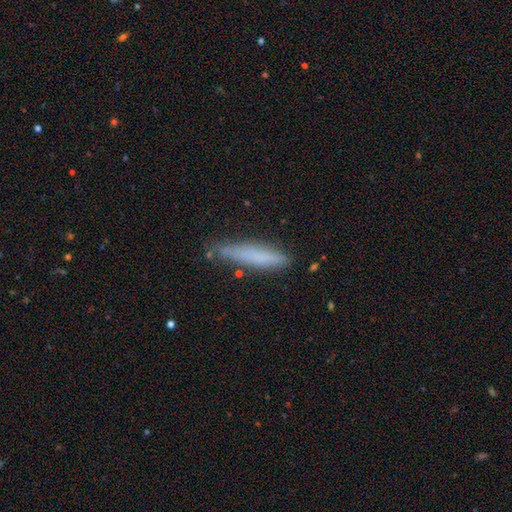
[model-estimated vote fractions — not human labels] This is likely a smooth galaxy (71%). How rounded: clearly cigar-shaped (91%). Merging: likely none (73%).